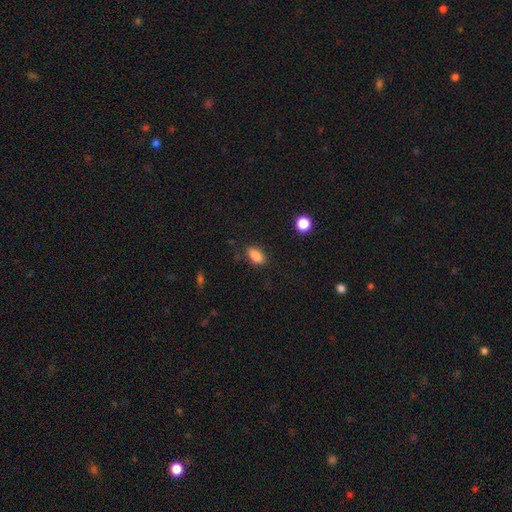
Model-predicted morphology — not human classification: Smooth or featured? smooth (86%)
How rounded? in between (88%)
Merging? none (83%)